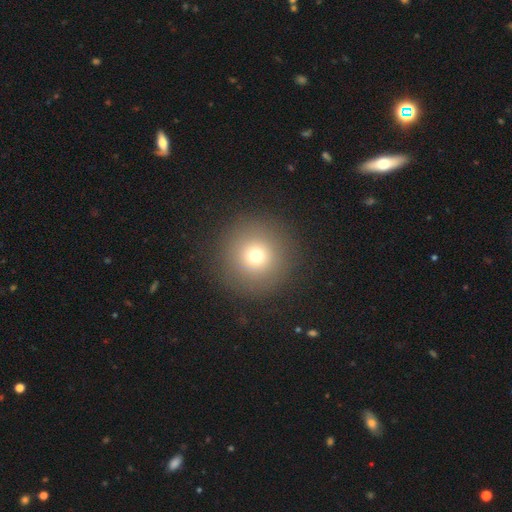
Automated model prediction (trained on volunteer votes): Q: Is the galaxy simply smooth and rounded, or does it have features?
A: smooth — 72%.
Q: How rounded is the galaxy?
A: round — 96%.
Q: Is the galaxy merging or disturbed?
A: none — 91%.